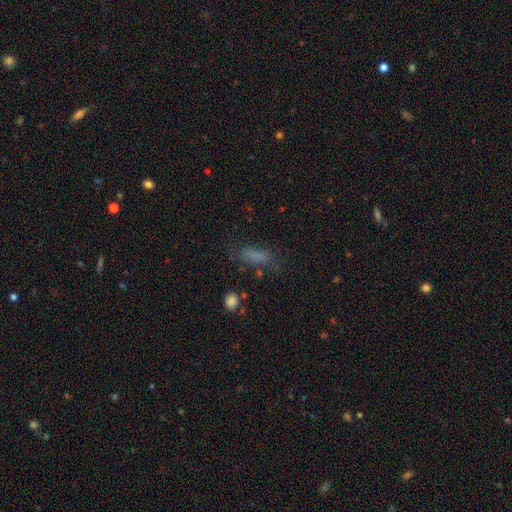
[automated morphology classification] Smooth or featured? smooth (71%)
How rounded? in between (59%)
Merging? none (60%)